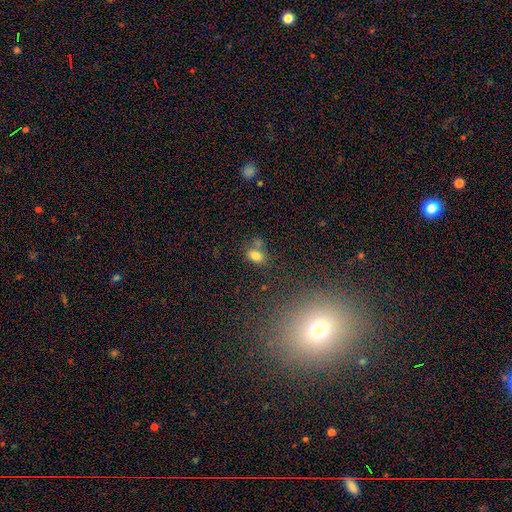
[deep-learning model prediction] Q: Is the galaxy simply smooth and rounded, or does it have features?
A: smooth — 78%.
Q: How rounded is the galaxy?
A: in between — 80%.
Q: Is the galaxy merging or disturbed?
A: none — 58%.